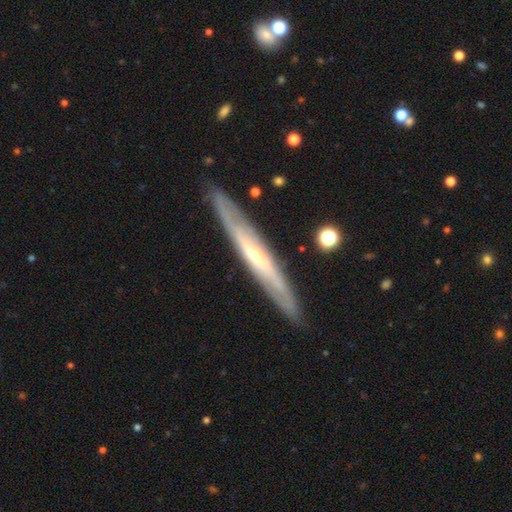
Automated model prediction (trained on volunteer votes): Smooth or featured?
  - featured or disk: 71% *
  - smooth: 23%
  - star or artifact: 6%
Edge-on disk?
  - yes: 80% *
  - no: 20%
Edge-on bulge?
  - none: 52% *
  - rounded: 43%
  - boxy: 5%
Merging?
  - none: 87% *
  - minor disturbance: 9%
  - major disturbance: 2%
  - merger: 1%